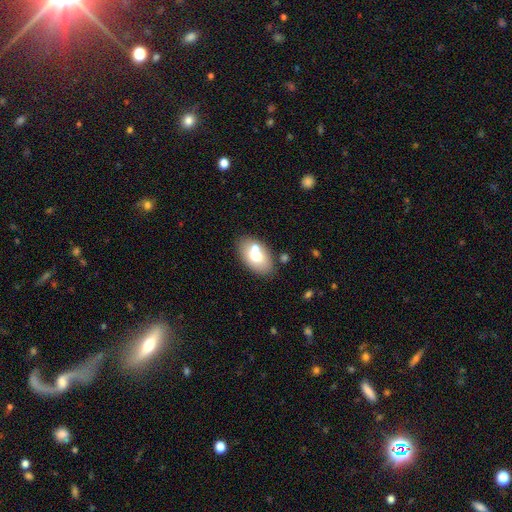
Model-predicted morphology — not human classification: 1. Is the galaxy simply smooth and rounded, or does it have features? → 66% smooth, 26% featured or disk, 8% star or artifact.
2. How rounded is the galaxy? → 90% in between, 9% round, 1% cigar-shaped.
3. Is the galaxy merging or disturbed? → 64% none, 20% merger, 12% minor disturbance, 3% major disturbance.